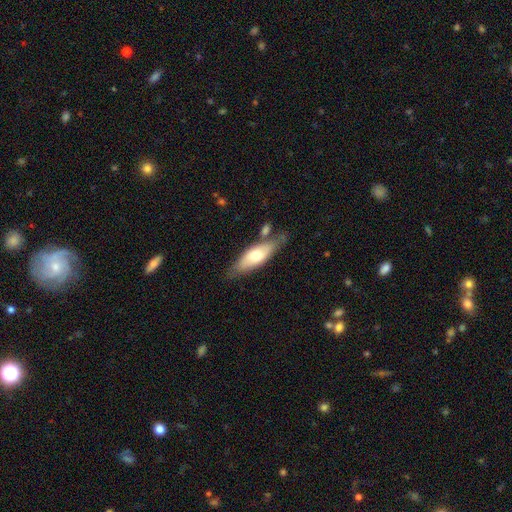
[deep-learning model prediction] Overall: smooth (61%; featured or disk 34%). How rounded: in between (58%; cigar-shaped 40%). Merging: none (68%).